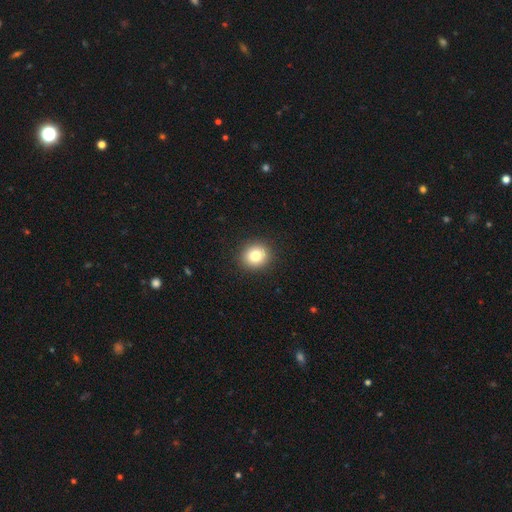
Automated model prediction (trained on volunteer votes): smooth-or-featured: smooth: 81% | star or artifact: 11% | featured or disk: 9%
  how-rounded: round: 84% | in between: 15% | cigar-shaped: 1%
  merging: none: 92% | minor disturbance: 5% | major disturbance: 2% | merger: 1%